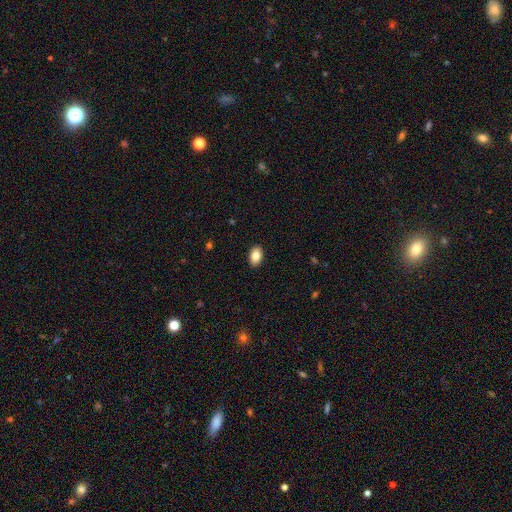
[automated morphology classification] Smooth or featured?
  - smooth: 85% *
  - star or artifact: 8%
  - featured or disk: 8%
How rounded?
  - in between: 90% *
  - round: 9%
  - cigar-shaped: 1%
Merging?
  - none: 90% *
  - minor disturbance: 7%
  - major disturbance: 2%
  - merger: 1%